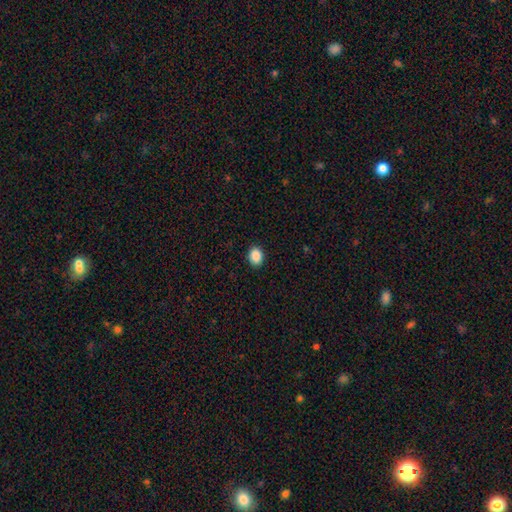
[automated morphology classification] smooth 89%, star or artifact 8%, featured or disk 3%. Down the decision tree: how rounded — in between (61%); merging — none (90%).